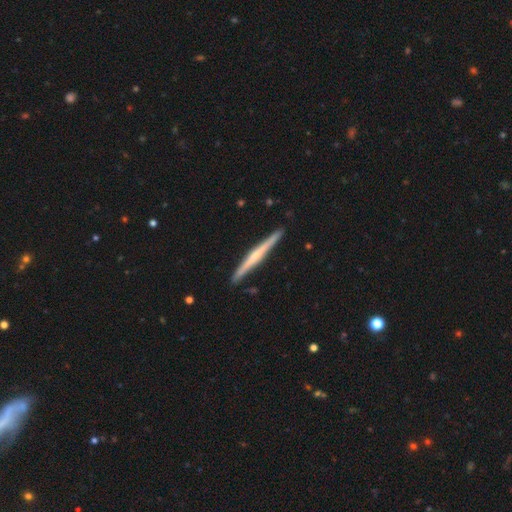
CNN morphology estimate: This appears to be a featured or disk galaxy (66%) viewed edge-on (98%) with a rounded central bulge (48%). Merging: none (91%).